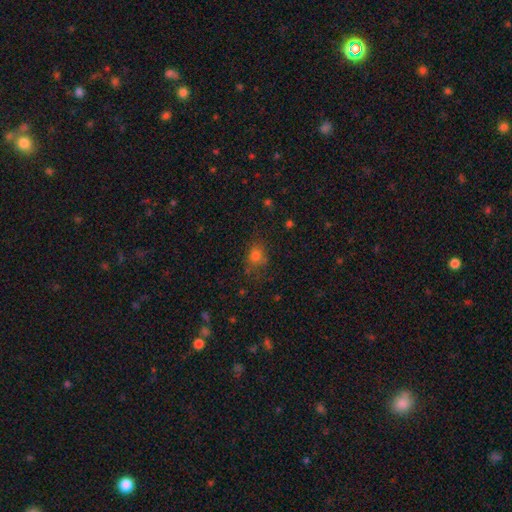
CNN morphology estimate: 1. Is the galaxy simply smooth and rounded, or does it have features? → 75% smooth, 16% star or artifact, 9% featured or disk.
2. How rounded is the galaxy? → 58% round, 40% in between, 1% cigar-shaped.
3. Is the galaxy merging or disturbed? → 67% none, 21% minor disturbance, 9% major disturbance, 4% merger.